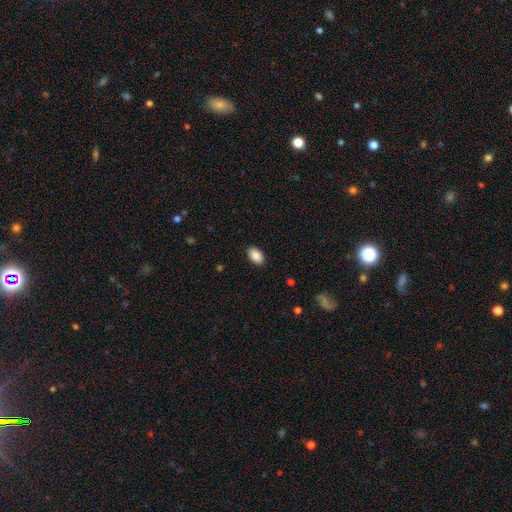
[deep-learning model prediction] A smooth galaxy with no disk features (89%) that is in between round and cigar-shaped (91%).

Vote fractions:
- Smooth or featured? smooth: 89% / star or artifact: 7% / featured or disk: 3%
- How rounded? in between: 91% / round: 8% / cigar-shaped: 1%
- Merging? none: 89% / minor disturbance: 8% / major disturbance: 2% / merger: 1%